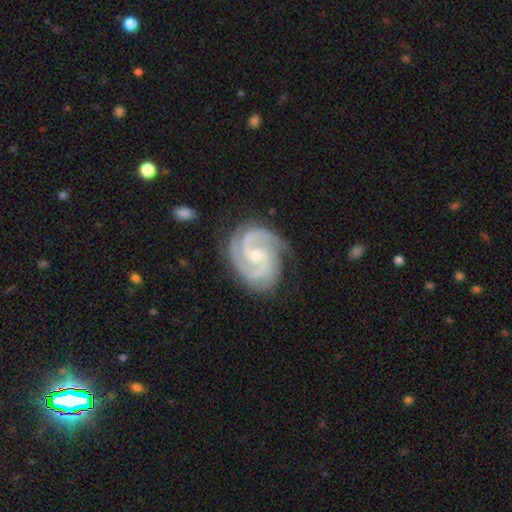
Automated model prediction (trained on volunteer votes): Smooth or featured? Predicted: featured or disk (p=0.94). Edge-on disk? Predicted: no (p=0.98). Bar? Predicted: no (p=0.51). Spiral arms? Predicted: yes (p=0.99). Spiral winding? Predicted: tight (p=0.57). Spiral arm count? Predicted: 2 (p=0.60). Bulge size? Predicted: small (p=0.57). Merging? Predicted: none (p=0.77).